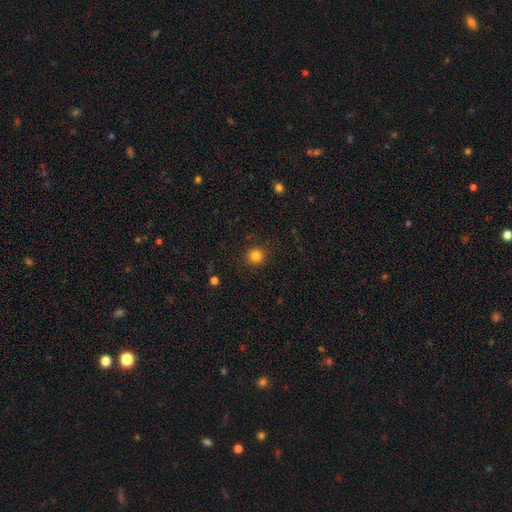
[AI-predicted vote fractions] Overall: smooth (83%). How rounded: round (92%). Merging: none (91%).